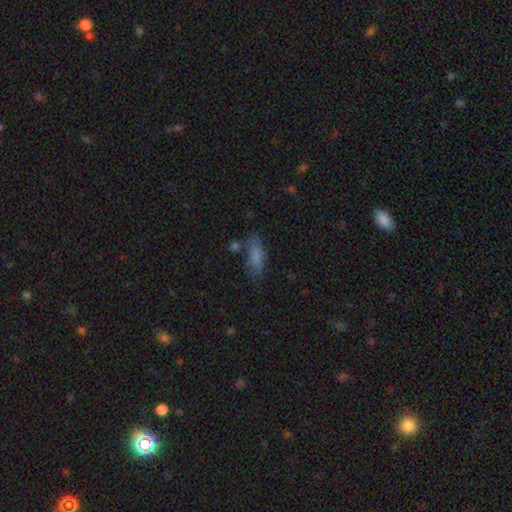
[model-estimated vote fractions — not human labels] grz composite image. It shows a smooth galaxy with no disk features (79%) that is in between round and cigar-shaped (61%). Merging: none (68%).